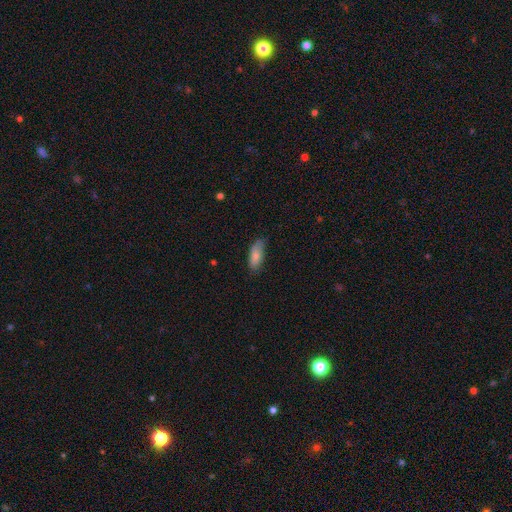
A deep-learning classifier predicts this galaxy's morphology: Q: Smooth or featured?
A: smooth (81%); runner-up: featured or disk (12%)
Q: How rounded?
A: in between (77%); runner-up: cigar-shaped (21%)
Q: Merging?
A: none (74%); runner-up: minor disturbance (22%)